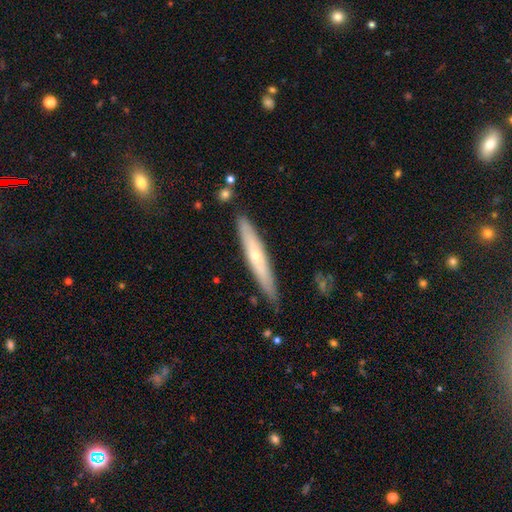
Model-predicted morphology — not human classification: A featured or disk galaxy (53%) viewed edge-on (86%).

Vote fractions:
- Smooth or featured? featured or disk: 53% / smooth: 41% / star or artifact: 6%
- Edge-on disk? yes: 86% / no: 14%
- Merging? none: 85% / minor disturbance: 12% / major disturbance: 2% / merger: 2%